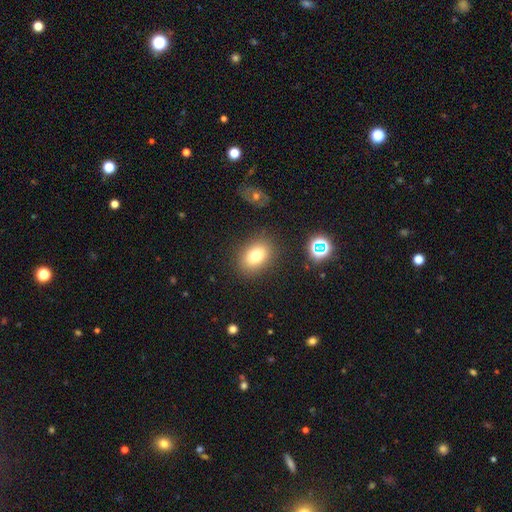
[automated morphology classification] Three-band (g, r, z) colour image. It shows a smooth galaxy with no disk features (76%) that is in between round and cigar-shaped (70%). Merging: none (85%).